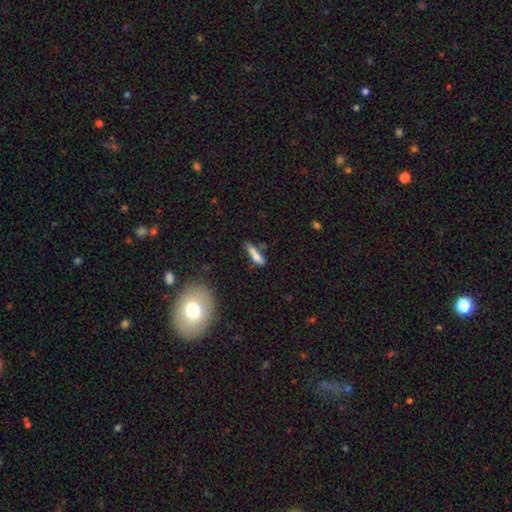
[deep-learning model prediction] Morphology: type=smooth (71%); roundness=cigar-shaped (68%); merging=none (53%).